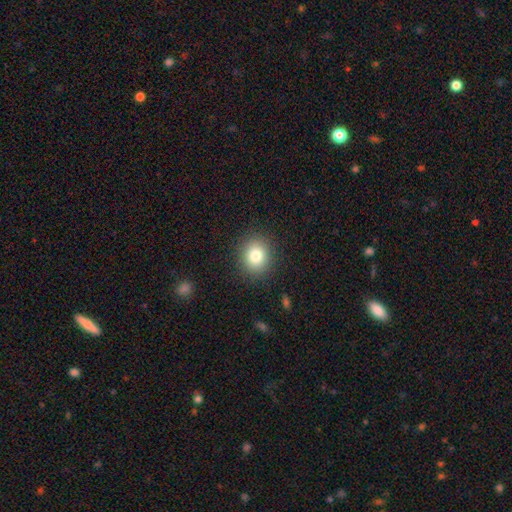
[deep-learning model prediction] Overall: smooth (81%). How rounded: round (76%). Merging: none (89%).